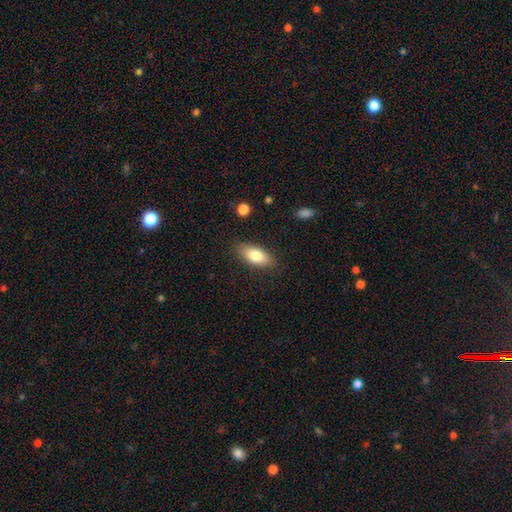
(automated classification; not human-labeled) smooth-or-featured: smooth: 80% | featured or disk: 13% | star or artifact: 7%
  how-rounded: in between: 85% | cigar-shaped: 12% | round: 3%
  merging: none: 84% | minor disturbance: 12% | major disturbance: 3% | merger: 1%